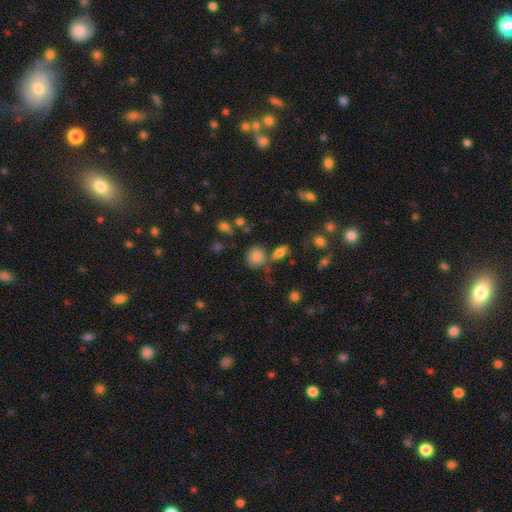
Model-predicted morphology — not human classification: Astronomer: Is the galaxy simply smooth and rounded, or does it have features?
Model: smooth — 80%.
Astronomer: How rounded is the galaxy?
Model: round — 81%.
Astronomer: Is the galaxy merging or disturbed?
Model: none — 68%.